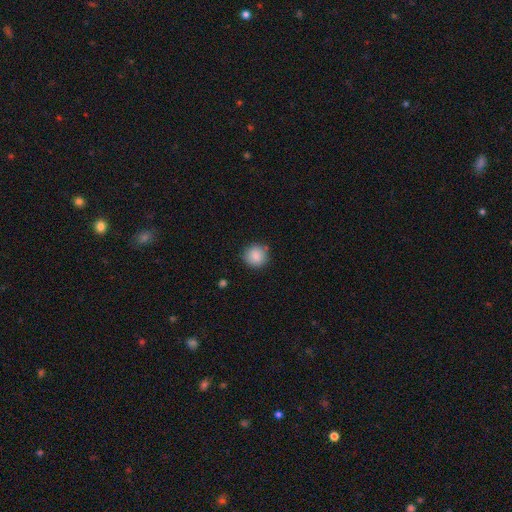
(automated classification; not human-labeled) Smooth or featured? Predicted: smooth (p=0.88). How rounded? Predicted: round (p=0.92). Merging? Predicted: none (p=0.87).